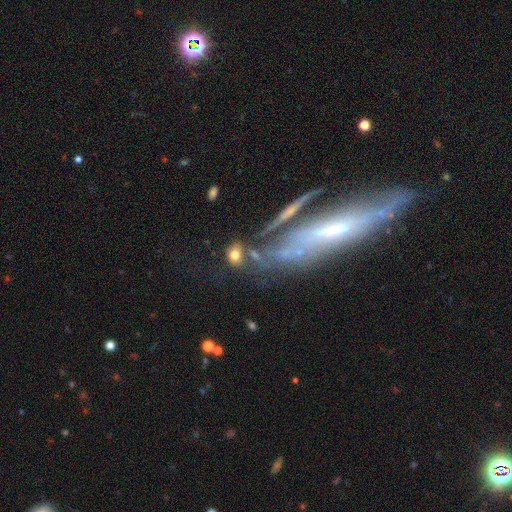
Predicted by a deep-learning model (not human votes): Smooth or featured: smooth — 50% (featured or disk — 34%)
How rounded: in between — 54% (round — 30%)
Merging: none — 51% (minor disturbance — 18%)